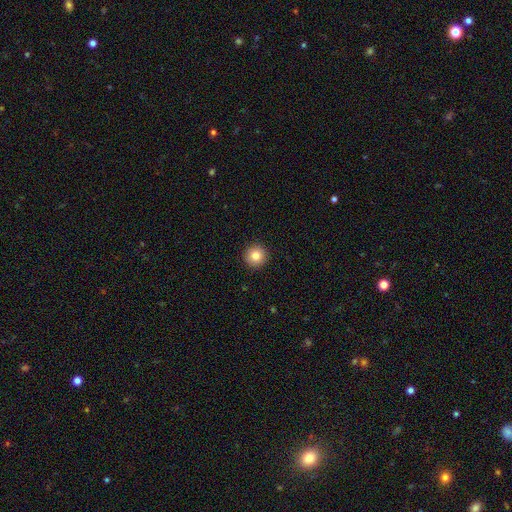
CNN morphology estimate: Smooth or featured? Predicted: smooth (p=0.83). How rounded? Predicted: round (p=0.96). Merging? Predicted: none (p=0.93).